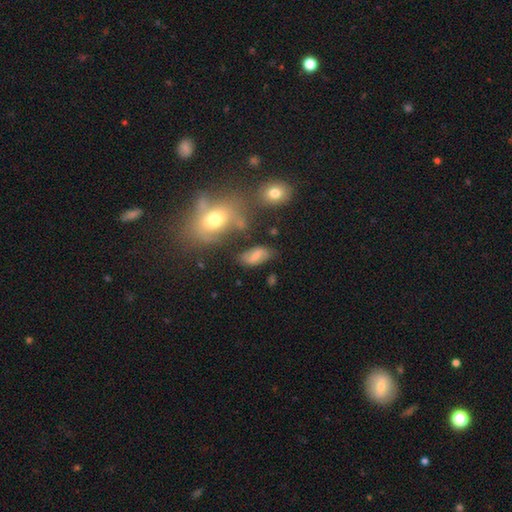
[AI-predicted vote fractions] Smooth or featured?
  - smooth: 54% *
  - featured or disk: 35%
  - star or artifact: 10%
How rounded?
  - in between: 88% *
  - round: 7%
  - cigar-shaped: 5%
Merging?
  - none: 69% *
  - minor disturbance: 18%
  - major disturbance: 7%
  - merger: 6%